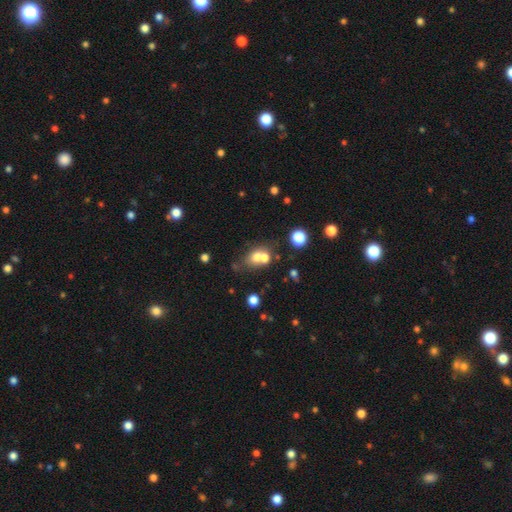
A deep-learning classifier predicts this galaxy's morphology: Smooth or featured?
  - smooth: 67% *
  - featured or disk: 18%
  - star or artifact: 15%
How rounded?
  - round: 51% *
  - in between: 47%
  - cigar-shaped: 2%
Merging?
  - merger: 49% *
  - none: 36%
  - minor disturbance: 10%
  - major disturbance: 5%